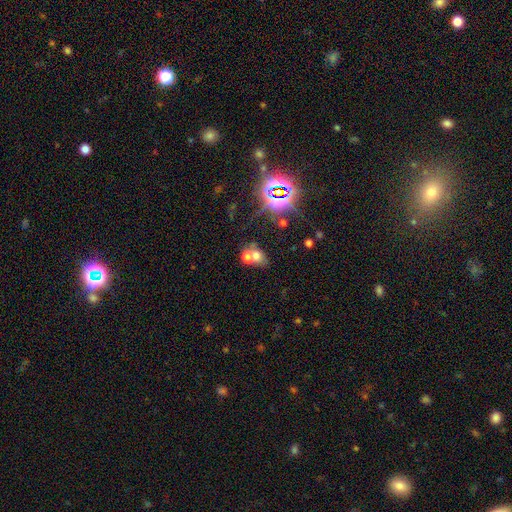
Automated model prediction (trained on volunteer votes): Smooth or featured?
  - smooth: 59% *
  - featured or disk: 20%
  - star or artifact: 20%
How rounded?
  - round: 53% *
  - in between: 46%
  - cigar-shaped: 1%
Merging?
  - merger: 60% *
  - none: 28%
  - minor disturbance: 7%
  - major disturbance: 5%